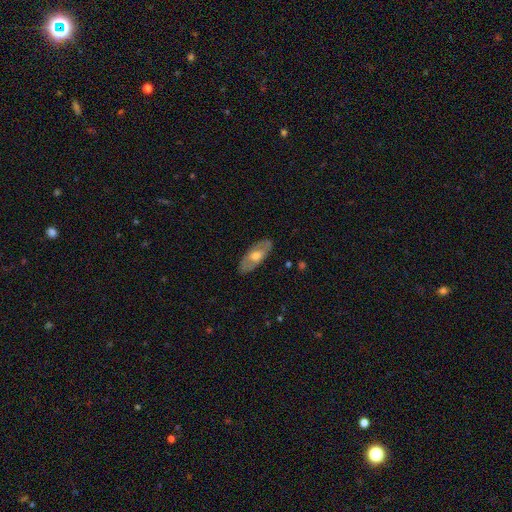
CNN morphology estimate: Smooth or featured: featured or disk — 52% (smooth — 42%)
Edge-on disk: no — 75% (yes — 25%)
Merging: none — 85% (minor disturbance — 12%)